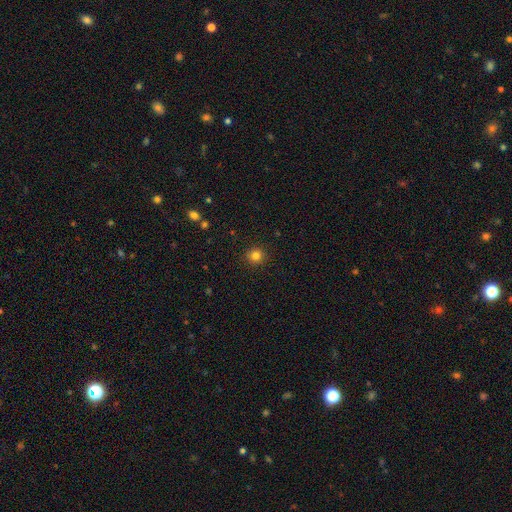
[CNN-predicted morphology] smooth 83%, star or artifact 13%, featured or disk 5%. Down the decision tree: how rounded — round (93%); merging — none (92%).